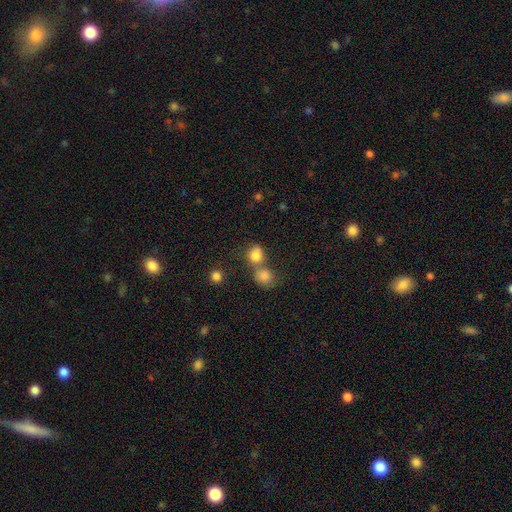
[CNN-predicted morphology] smooth-or-featured: smooth: 81% | star or artifact: 12% | featured or disk: 7%
  how-rounded: round: 68% | in between: 31% | cigar-shaped: 1%
  merging: merger: 43% (tied) | none: 43% (tied) | minor disturbance: 10% | major disturbance: 5%